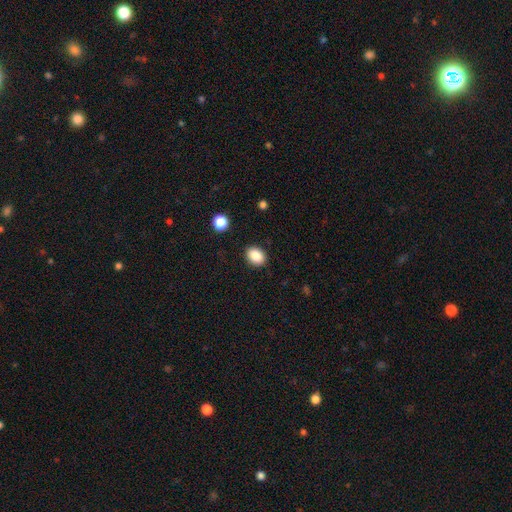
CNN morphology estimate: smooth 88%, star or artifact 9%, featured or disk 3%. Down the decision tree: how rounded — in between (65%); merging — none (89%).